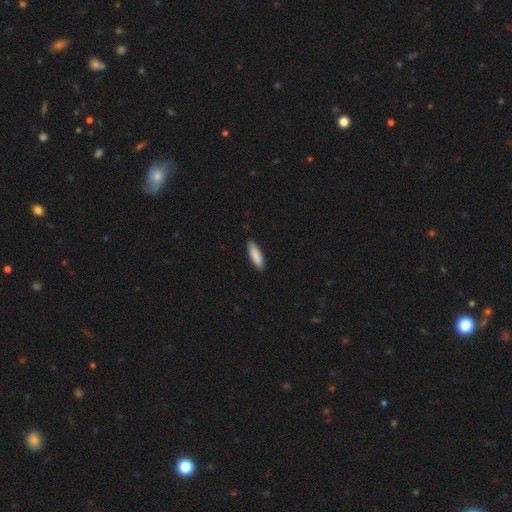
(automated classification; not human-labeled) Smooth or featured: smooth — 89% (featured or disk — 6%)
How rounded: cigar-shaped — 57% (in between — 42%)
Merging: none — 88% (minor disturbance — 10%)